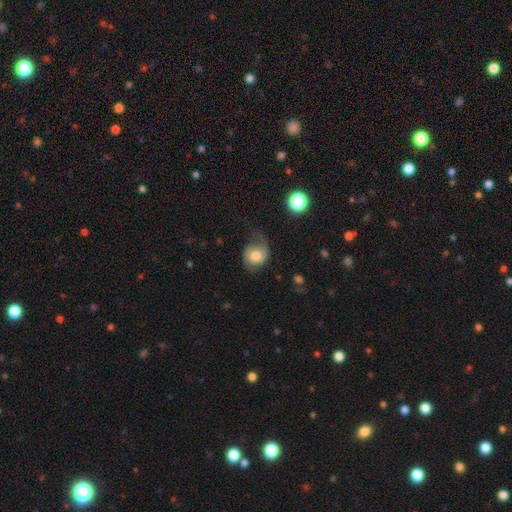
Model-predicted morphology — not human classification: smooth-or-featured: smooth: 53% | featured or disk: 38% | star or artifact: 9%
  how-rounded: round: 62% | in between: 37% | cigar-shaped: 1%
  merging: none: 40% | major disturbance: 29% | minor disturbance: 28% | merger: 2%